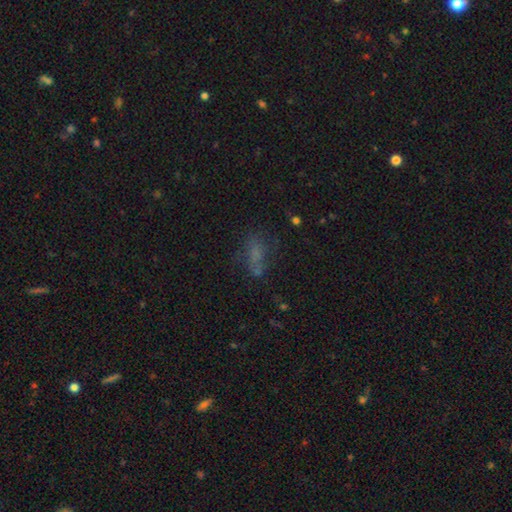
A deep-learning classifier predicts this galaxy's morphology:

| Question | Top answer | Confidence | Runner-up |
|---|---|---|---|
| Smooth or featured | smooth | 56% | star or artifact (26%) |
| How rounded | in between | 68% | cigar-shaped (24%) |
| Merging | none | 53% | minor disturbance (21%) |